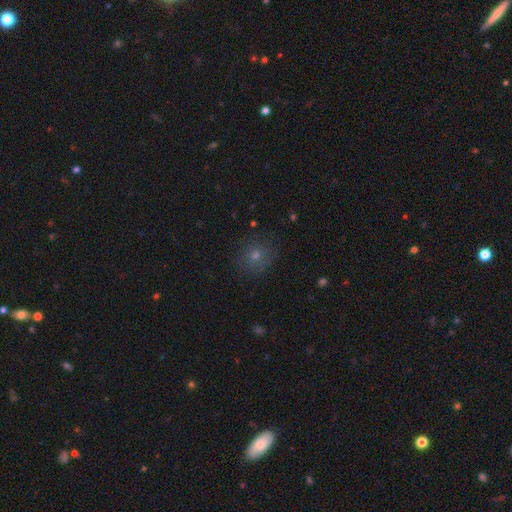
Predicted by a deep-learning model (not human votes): Morphology: type=smooth (58%); roundness=round (85%); merging=none (82%).